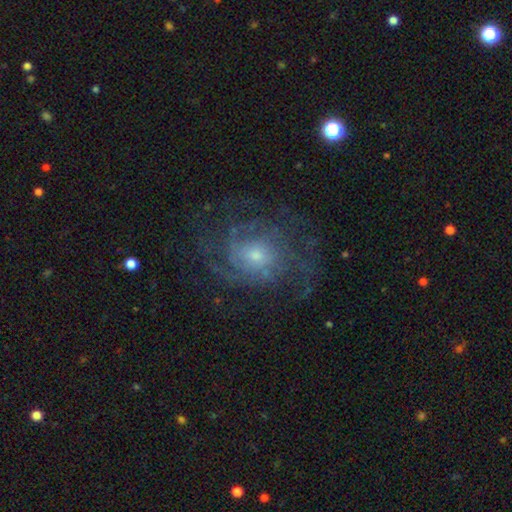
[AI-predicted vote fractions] Smooth or featured?
  - featured or disk: 80% *
  - smooth: 12%
  - star or artifact: 9%
Edge-on disk?
  - no: 97% *
  - yes: 3%
Bar?
  - no: 72% *
  - weak: 24%
  - strong: 4%
Spiral arms?
  - yes: 90% *
  - no: 10%
Spiral winding?
  - tight: 43% *
  - medium: 40%
  - loose: 17%
Spiral arm count?
  - can't tell: 37% *
  - 3: 18%
  - 2: 17%
  - 4: 13%
  - more than 4: 8%
  - 1: 7%
Bulge size?
  - small: 51% *
  - moderate: 40%
  - large: 5%
  - none: 2%
  - dominant: 1%
Merging?
  - none: 65% *
  - major disturbance: 17%
  - minor disturbance: 17%
  - merger: 2%